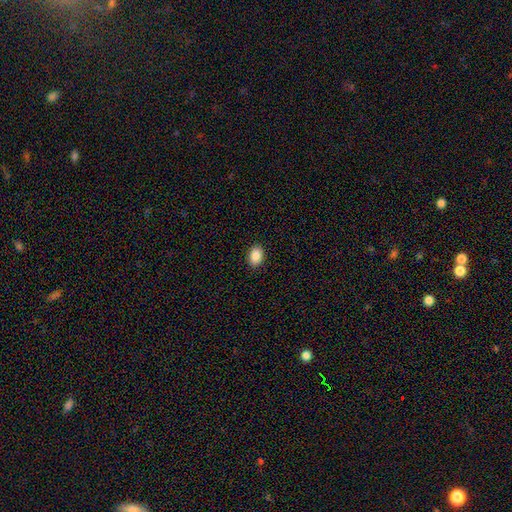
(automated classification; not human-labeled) Q: Smooth or featured?
A: smooth (88%); runner-up: star or artifact (8%)
Q: How rounded?
A: in between (80%); runner-up: round (18%)
Q: Merging?
A: none (91%); runner-up: minor disturbance (7%)